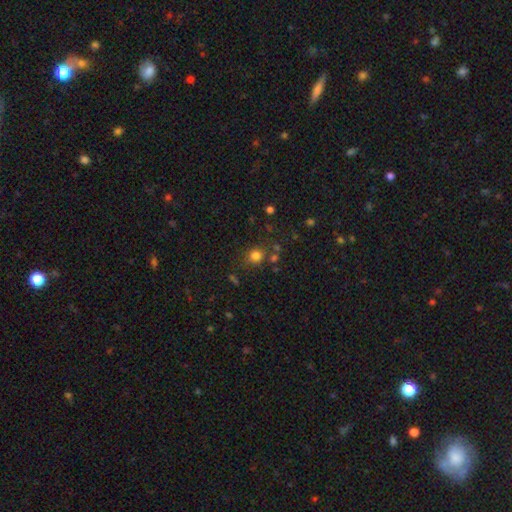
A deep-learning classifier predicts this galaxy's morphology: Smooth or featured?
  - smooth: 78% *
  - star or artifact: 15%
  - featured or disk: 6%
How rounded?
  - round: 85% *
  - in between: 15%
  - cigar-shaped: 1%
Merging?
  - none: 77% *
  - minor disturbance: 11%
  - merger: 8%
  - major disturbance: 5%